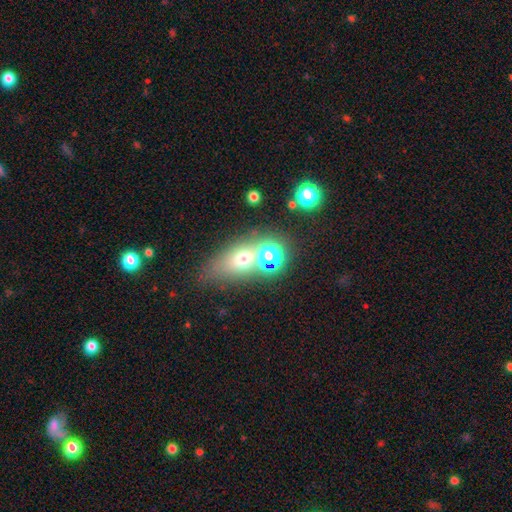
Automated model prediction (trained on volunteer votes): Overall: smooth (52%; featured or disk 24%). How rounded: in between (53%; round 34%). Merging: none (44%; merger 39%).